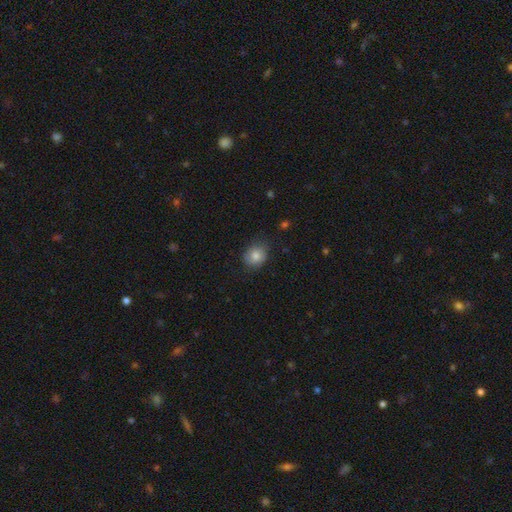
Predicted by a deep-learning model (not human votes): Smooth or featured: smooth — 83% (star or artifact — 9%)
How rounded: round — 63% (in between — 36%)
Merging: none — 75% (minor disturbance — 20%)